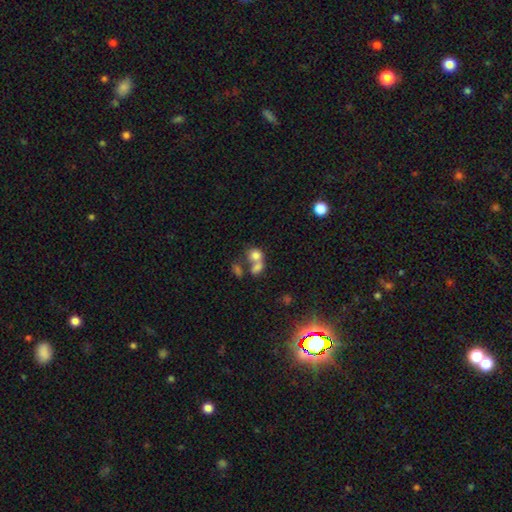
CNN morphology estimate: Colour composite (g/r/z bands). It shows a smooth galaxy with no disk features (74%) that is round (60%). Merging: merger (58%).